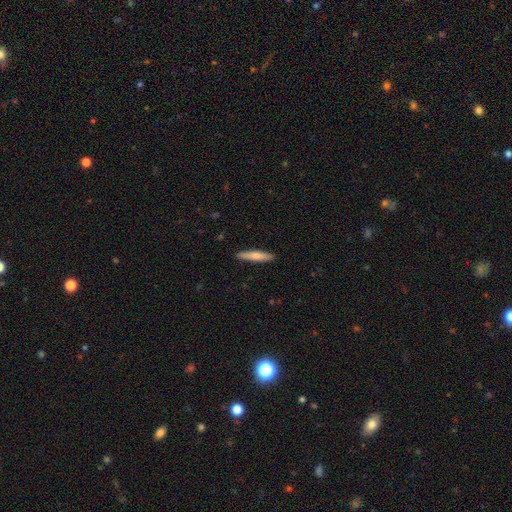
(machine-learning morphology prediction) The model was most divided on "smooth or featured": smooth: 71%, featured or disk: 24%, star or artifact: 5%. More confident: merging — none (91%); how rounded — cigar-shaped (90%).